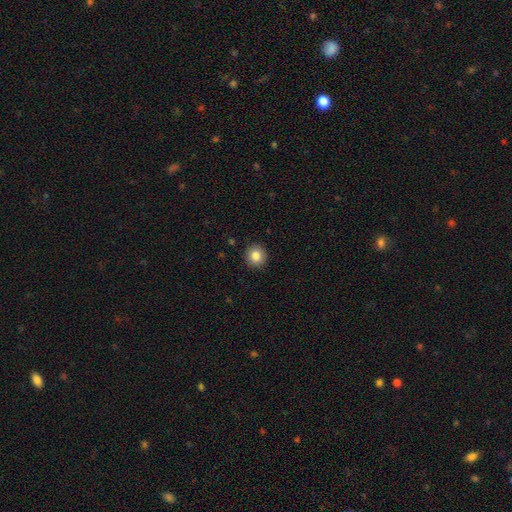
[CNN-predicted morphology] smooth-or-featured: smooth: 85% | star or artifact: 9% | featured or disk: 5%
  how-rounded: round: 92% | in between: 7% | cigar-shaped: 1%
  merging: none: 91% | minor disturbance: 6% | major disturbance: 2% | merger: 1%